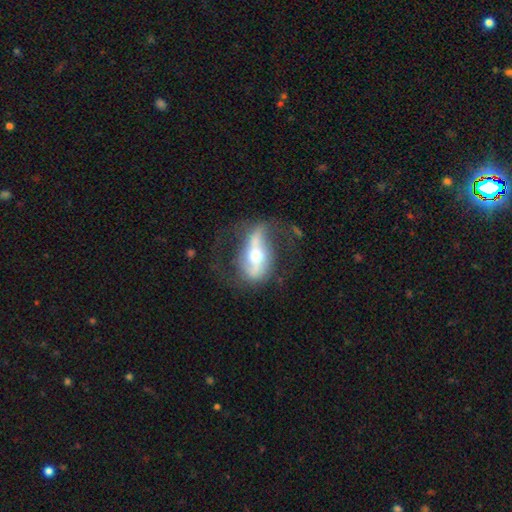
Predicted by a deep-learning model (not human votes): Morphology: type=featured or disk (73%); edge-on=no (87%); bar=strong (43%); spiral arms=yes (73%); bulge=moderate (68%); merging=none (52%).